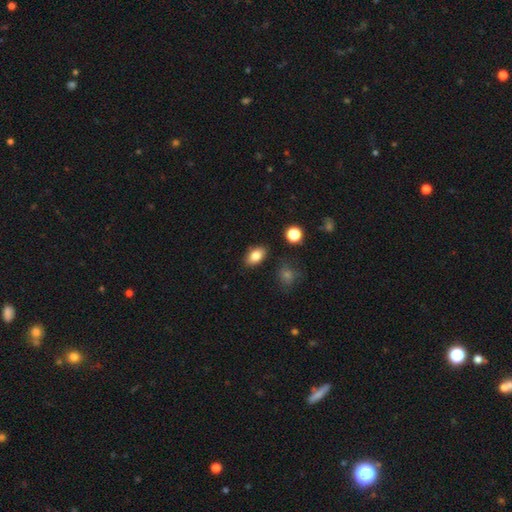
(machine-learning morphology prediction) smooth-or-featured: smooth: 83% | star or artifact: 9% | featured or disk: 8%
  how-rounded: in between: 87% | round: 11% | cigar-shaped: 2%
  merging: none: 85% | minor disturbance: 10% | merger: 3% | major disturbance: 3%